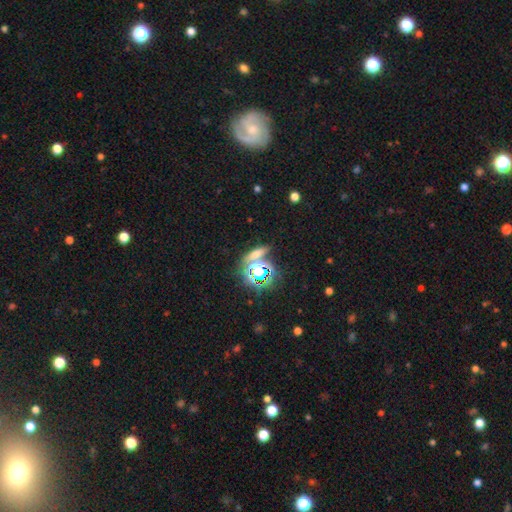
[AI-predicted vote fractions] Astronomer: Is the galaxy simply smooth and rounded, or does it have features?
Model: star or artifact — 48% (runner-up: smooth, 33%).